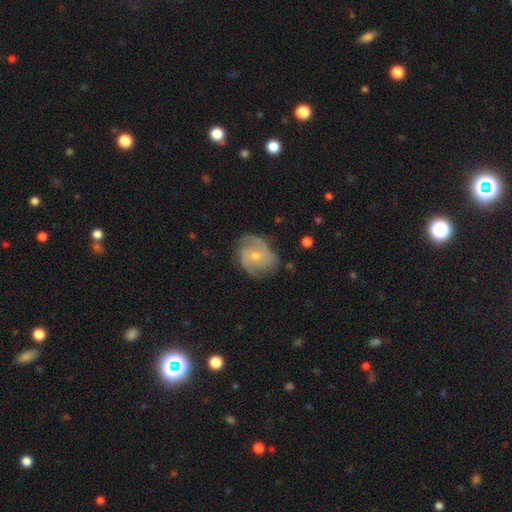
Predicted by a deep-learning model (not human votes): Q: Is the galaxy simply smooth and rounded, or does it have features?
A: featured or disk — 78%.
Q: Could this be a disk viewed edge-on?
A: no — 97%.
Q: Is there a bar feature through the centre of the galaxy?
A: no — 66%.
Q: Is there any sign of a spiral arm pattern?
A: yes — 94%.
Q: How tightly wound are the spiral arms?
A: medium — 45%.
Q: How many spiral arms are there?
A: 2 — 55%.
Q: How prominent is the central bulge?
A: small — 52%.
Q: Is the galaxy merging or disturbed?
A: none — 68%.